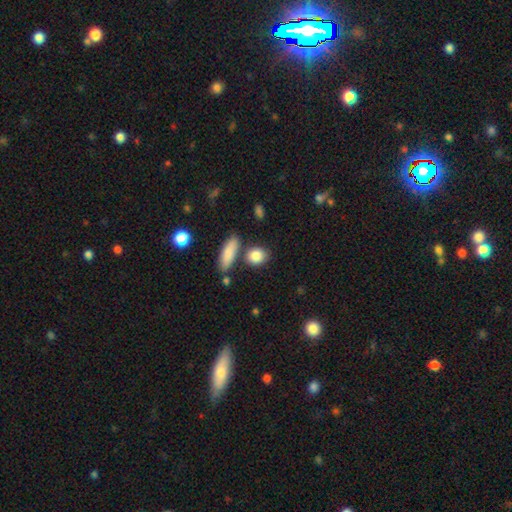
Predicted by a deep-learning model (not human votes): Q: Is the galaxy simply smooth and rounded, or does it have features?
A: smooth — 86%.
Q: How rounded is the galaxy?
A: round — 51%.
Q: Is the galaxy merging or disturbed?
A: none — 71%.